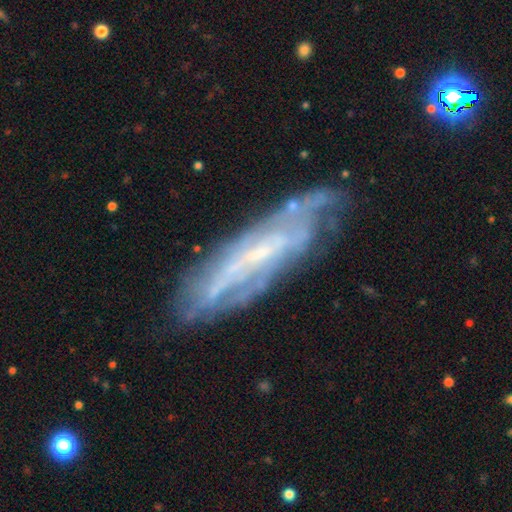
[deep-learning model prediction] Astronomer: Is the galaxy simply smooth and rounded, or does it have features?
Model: featured or disk — 75%.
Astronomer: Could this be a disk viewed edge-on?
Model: no — 67%.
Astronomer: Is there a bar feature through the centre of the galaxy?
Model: no — 42% (runner-up: weak, 35%).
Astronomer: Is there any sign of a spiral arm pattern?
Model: yes — 72%.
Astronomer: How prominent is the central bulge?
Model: small — 66%.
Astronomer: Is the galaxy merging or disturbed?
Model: none — 71%.